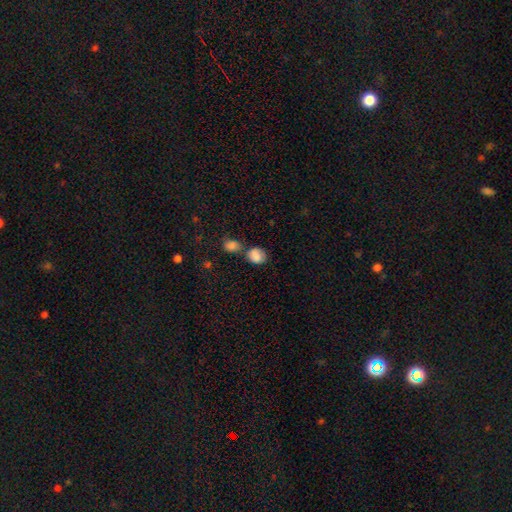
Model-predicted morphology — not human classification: Q: Smooth or featured?
A: smooth (84%); runner-up: star or artifact (9%)
Q: How rounded?
A: round (57%); runner-up: in between (42%)
Q: Merging?
A: none (48%); runner-up: merger (32%)